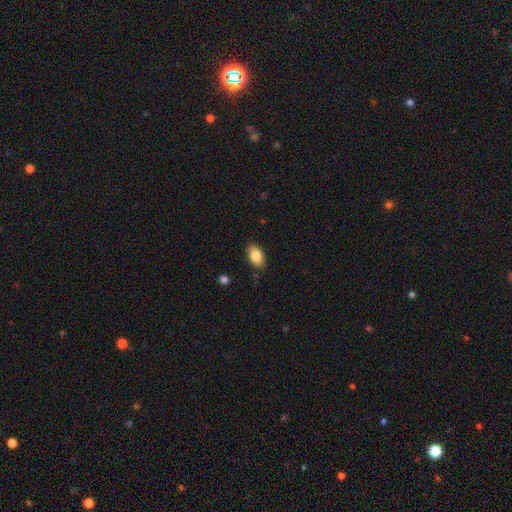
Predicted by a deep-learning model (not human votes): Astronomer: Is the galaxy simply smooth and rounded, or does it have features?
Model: smooth — 85%.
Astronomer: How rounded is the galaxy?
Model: in between — 91%.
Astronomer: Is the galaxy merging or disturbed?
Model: none — 86%.